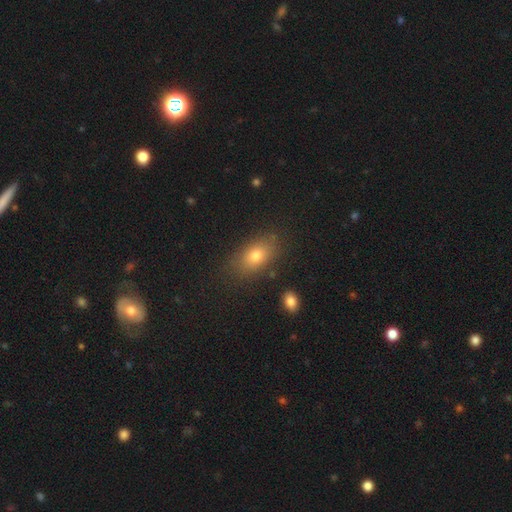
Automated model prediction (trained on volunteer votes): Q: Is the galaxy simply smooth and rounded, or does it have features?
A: smooth — 76%.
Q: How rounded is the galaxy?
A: in between — 85%.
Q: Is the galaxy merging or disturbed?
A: none — 82%.